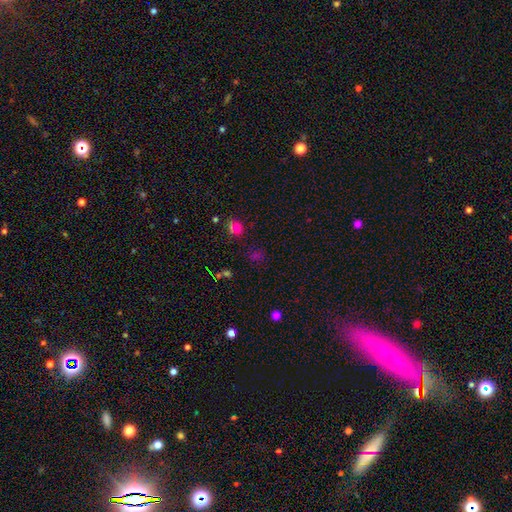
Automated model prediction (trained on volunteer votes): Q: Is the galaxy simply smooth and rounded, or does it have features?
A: star or artifact — 50%.